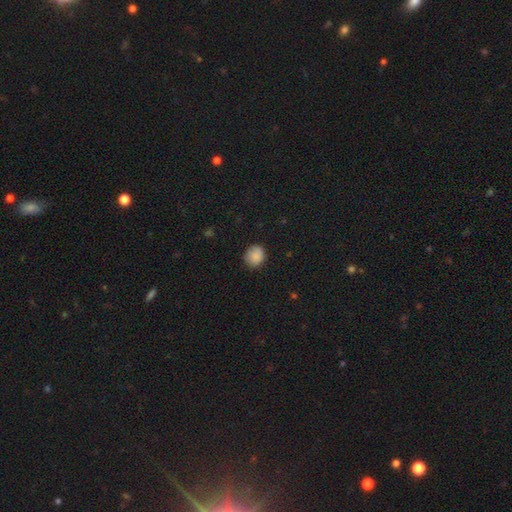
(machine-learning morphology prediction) smooth_or_featured: smooth (p=0.88) [alt: star or artifact p=0.09]
how_rounded: round (p=0.73) [alt: in between p=0.26]
merging: none (p=0.82) [alt: minor disturbance p=0.14]